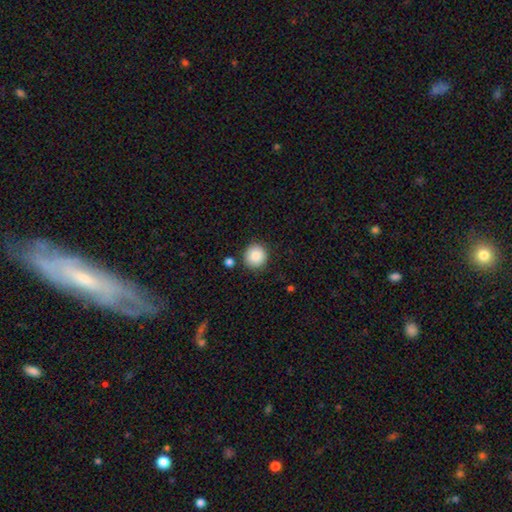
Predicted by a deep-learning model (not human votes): This is clearly a smooth galaxy (87%). How rounded: clearly round (93%). Merging: clearly none (86%).